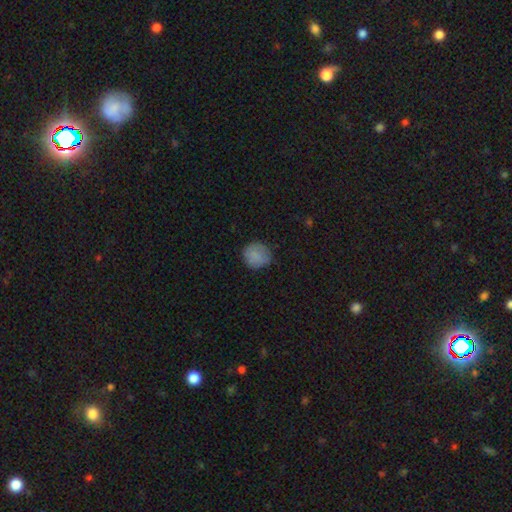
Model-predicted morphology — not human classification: smooth_or_featured: smooth (p=0.85) [alt: star or artifact p=0.08]
how_rounded: round (p=0.89) [alt: in between p=0.10]
merging: none (p=0.81) [alt: minor disturbance p=0.14]